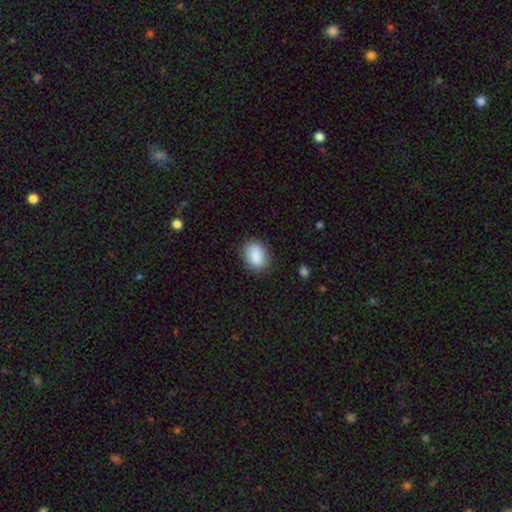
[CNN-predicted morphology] smooth_or_featured: smooth (p=0.88) [alt: star or artifact p=0.07]
how_rounded: in between (p=0.74) [alt: round p=0.25]
merging: none (p=0.83) [alt: minor disturbance p=0.12]